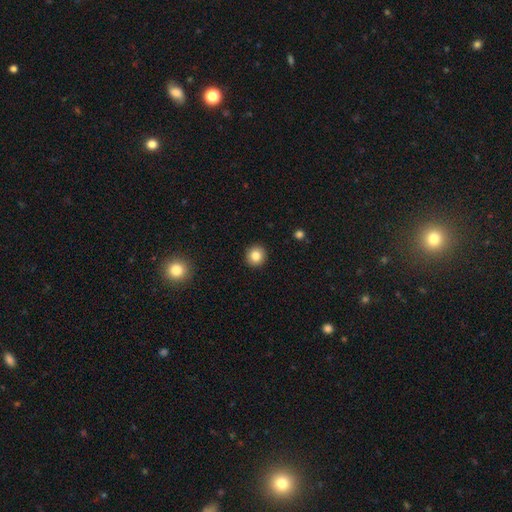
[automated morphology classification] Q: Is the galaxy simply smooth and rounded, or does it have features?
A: smooth — 82%.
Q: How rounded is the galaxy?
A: round — 93%.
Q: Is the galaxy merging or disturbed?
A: none — 93%.